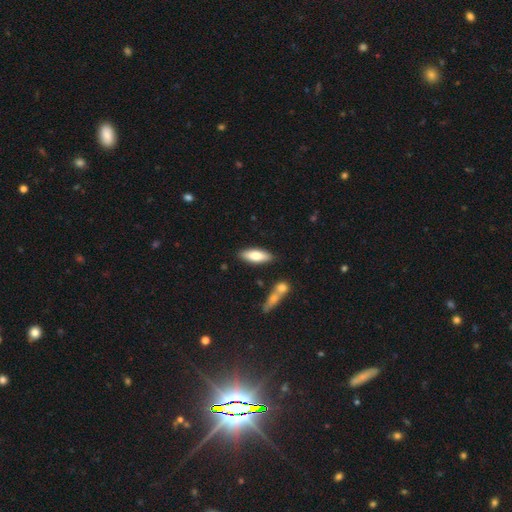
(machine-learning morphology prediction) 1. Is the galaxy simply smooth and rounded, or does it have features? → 74% smooth, 20% featured or disk, 6% star or artifact.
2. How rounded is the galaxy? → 62% in between, 36% cigar-shaped, 2% round.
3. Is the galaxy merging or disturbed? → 82% none, 11% minor disturbance, 5% merger, 2% major disturbance.